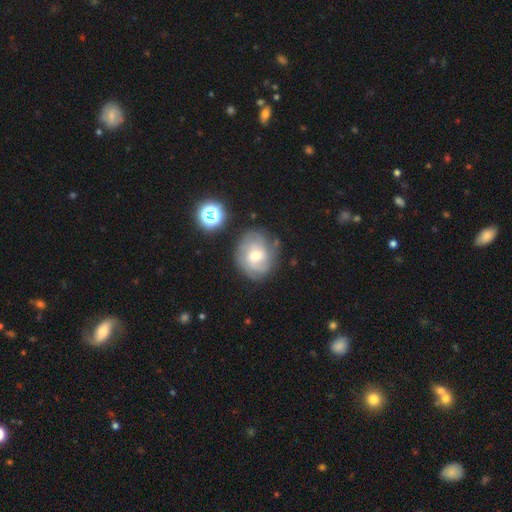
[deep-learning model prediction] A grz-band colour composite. It shows a featured or disk galaxy (68%) with no bar (57%), tight (52%) spiral arms (88%) and a moderate central bulge (58%). Merging: none (71%).